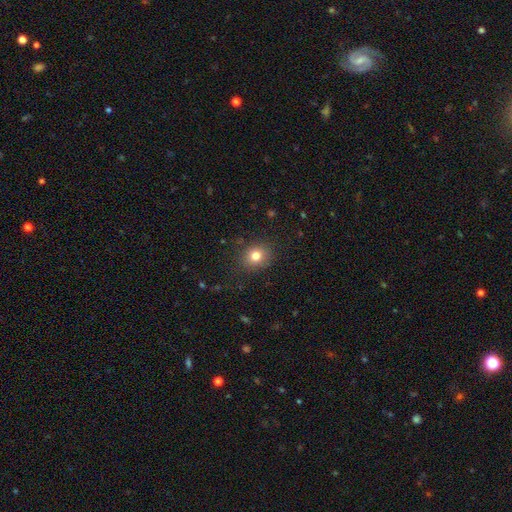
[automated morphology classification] Q: Smooth or featured?
A: smooth (79%); runner-up: star or artifact (13%)
Q: How rounded?
A: round (73%); runner-up: in between (26%)
Q: Merging?
A: none (86%); runner-up: minor disturbance (9%)